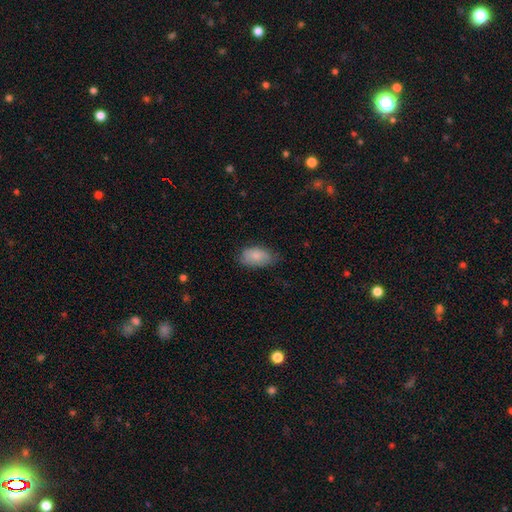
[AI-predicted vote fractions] This is clearly a smooth galaxy (83%). How rounded: clearly in between (93%). Merging: likely none (65%).